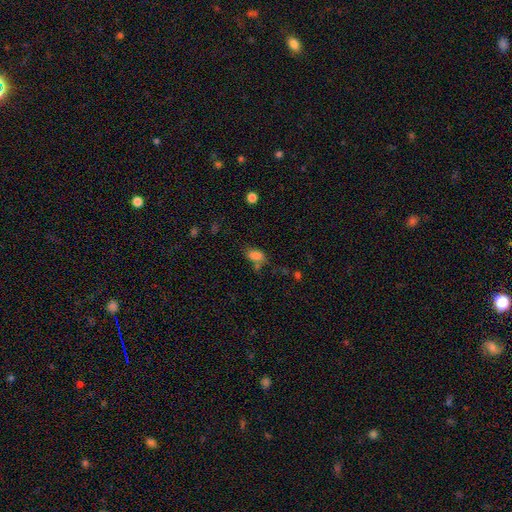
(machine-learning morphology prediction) type=smooth (82%); roundness=in between (88%); merging=none (54%).